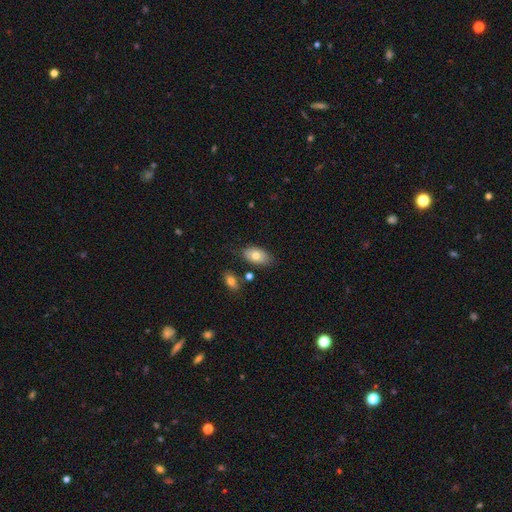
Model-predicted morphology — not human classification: Smooth or featured?
  - smooth: 75% *
  - featured or disk: 18%
  - star or artifact: 7%
How rounded?
  - in between: 92% *
  - round: 6%
  - cigar-shaped: 2%
Merging?
  - none: 77% *
  - minor disturbance: 15%
  - merger: 5%
  - major disturbance: 3%